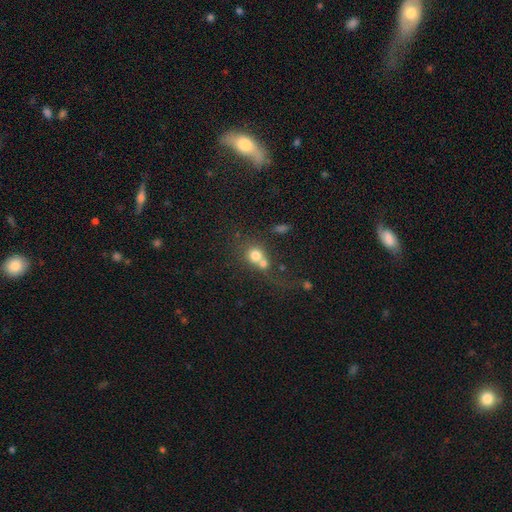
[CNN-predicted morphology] Smooth or featured? smooth (72%)
How rounded? round (80%)
Merging? merger (59%)